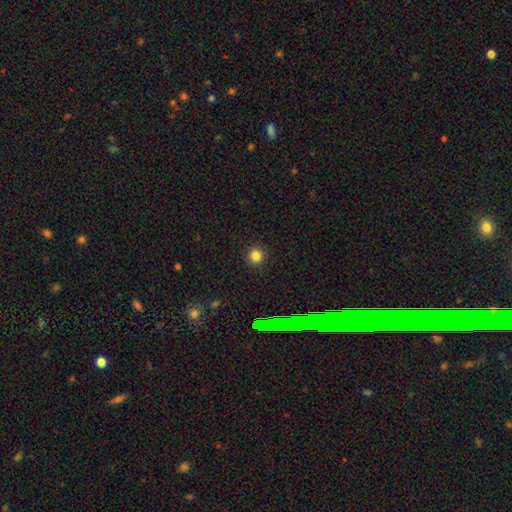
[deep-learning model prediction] Smooth or featured: smooth — 81% (star or artifact — 15%)
How rounded: round — 95% (in between — 4%)
Merging: none — 92% (minor disturbance — 5%)